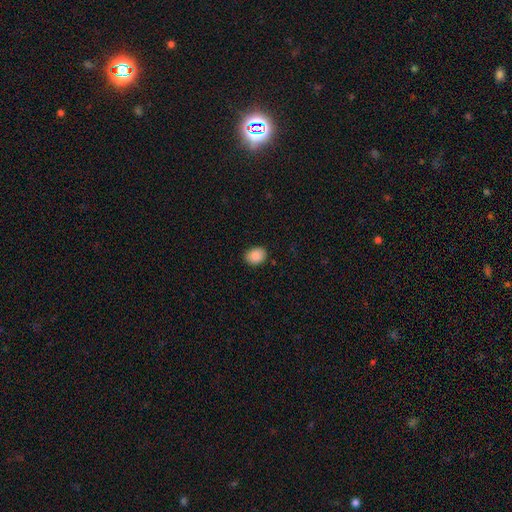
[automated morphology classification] Smooth or featured? Predicted: smooth (p=0.88). How rounded? Predicted: in between (p=0.54). Merging? Predicted: none (p=0.87).